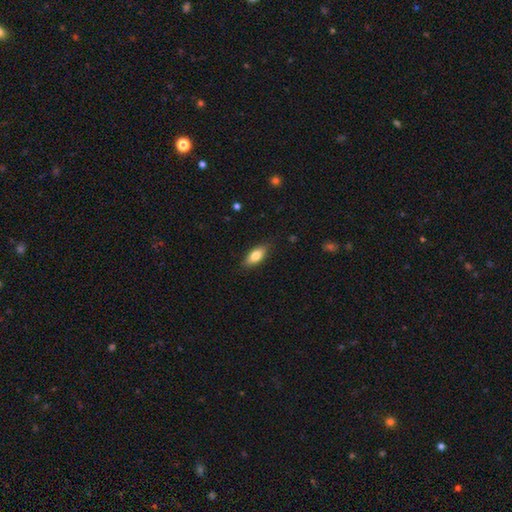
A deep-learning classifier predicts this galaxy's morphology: A smooth galaxy with no disk features (76%) that is in between round and cigar-shaped (82%).

Vote fractions:
- Smooth or featured? smooth: 76% / featured or disk: 17% / star or artifact: 7%
- How rounded? in between: 82% / cigar-shaped: 15% / round: 3%
- Merging? none: 85% / minor disturbance: 12% / major disturbance: 2% / merger: 1%